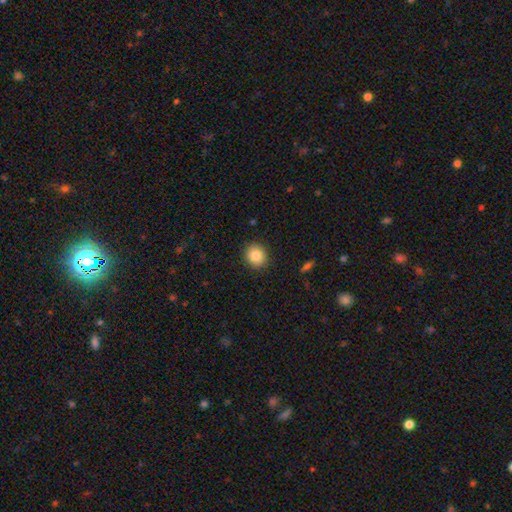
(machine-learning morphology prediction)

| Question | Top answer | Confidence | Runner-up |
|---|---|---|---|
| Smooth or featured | smooth | 84% | star or artifact (9%) |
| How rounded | round | 82% | in between (17%) |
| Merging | none | 91% | minor disturbance (7%) |